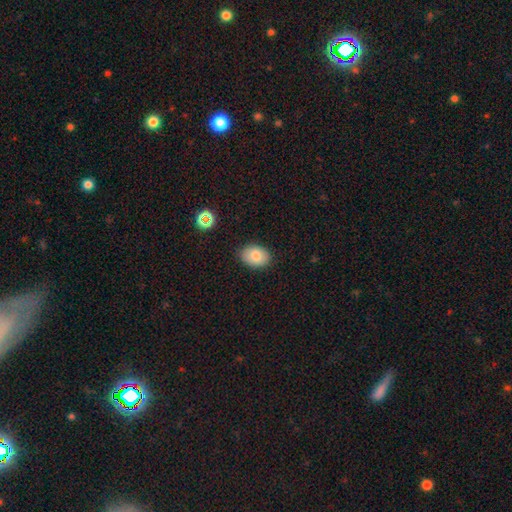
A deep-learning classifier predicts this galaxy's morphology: smooth 81%, featured or disk 11%, star or artifact 9%. Down the decision tree: how rounded — in between (74%); merging — none (86%).